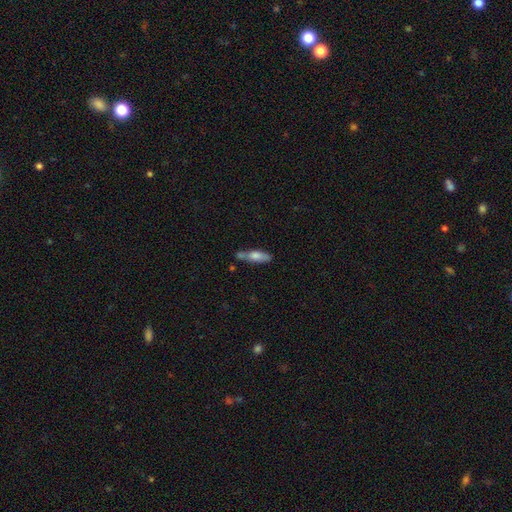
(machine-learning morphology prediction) A smooth galaxy with no disk features (68%) that is cigar-shaped (58%). Merging: none (54%).